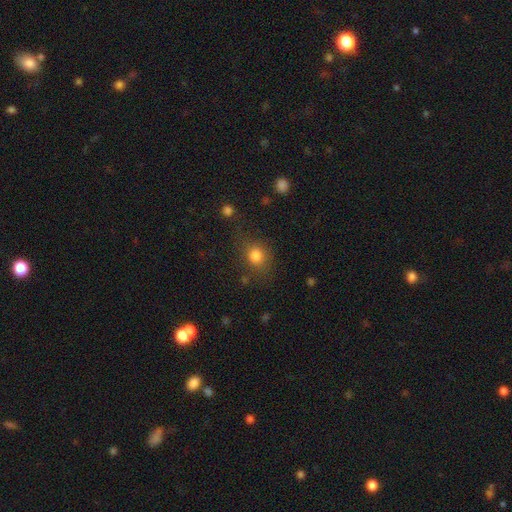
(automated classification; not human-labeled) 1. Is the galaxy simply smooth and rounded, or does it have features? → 82% smooth, 12% star or artifact, 6% featured or disk.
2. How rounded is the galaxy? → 72% round, 27% in between, 1% cigar-shaped.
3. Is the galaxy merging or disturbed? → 70% none, 16% minor disturbance, 8% major disturbance, 5% merger.